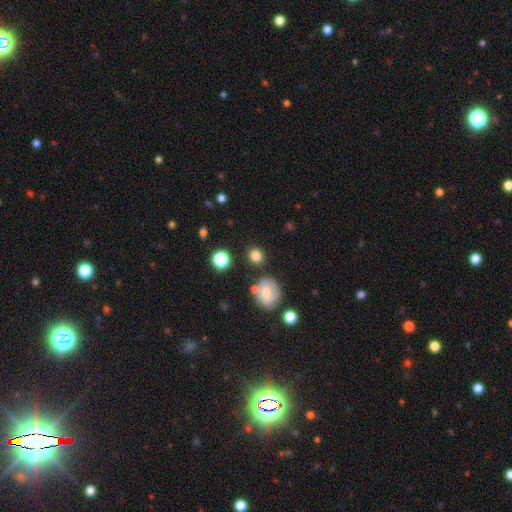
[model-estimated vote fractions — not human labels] smooth 81%, star or artifact 12%, featured or disk 7%. Down the decision tree: how rounded — round (80%); merging — none (81%).